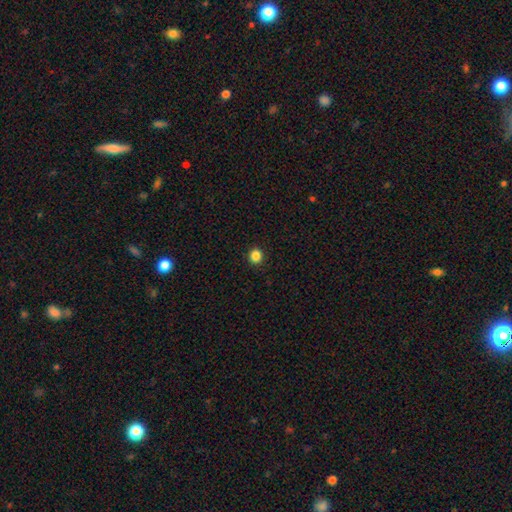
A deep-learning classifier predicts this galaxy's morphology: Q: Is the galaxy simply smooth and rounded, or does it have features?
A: smooth — 85%.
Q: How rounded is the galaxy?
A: round — 87%.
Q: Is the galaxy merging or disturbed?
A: none — 93%.